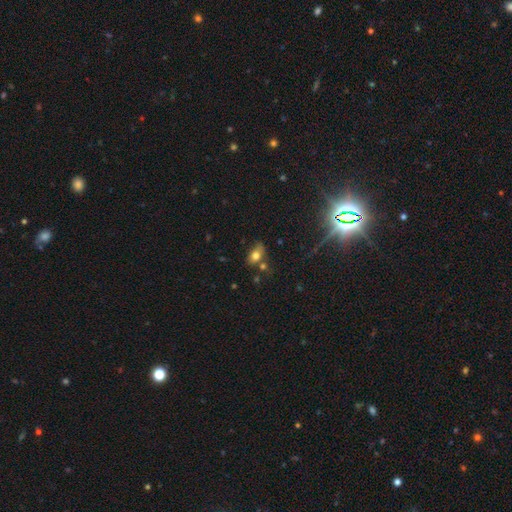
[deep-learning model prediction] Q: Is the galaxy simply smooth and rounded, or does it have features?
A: smooth — 75%.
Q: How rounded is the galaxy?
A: in between — 84%.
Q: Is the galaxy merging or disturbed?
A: none — 58%.